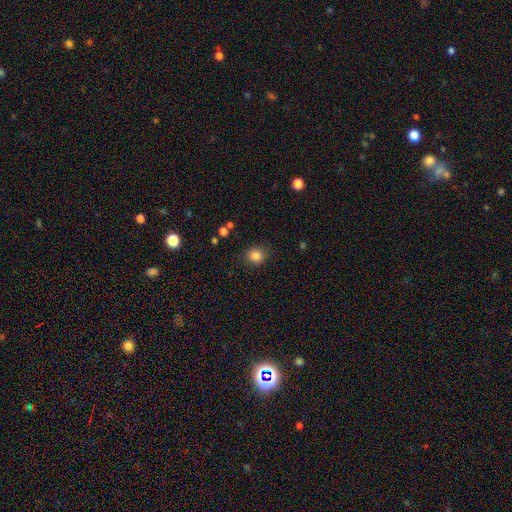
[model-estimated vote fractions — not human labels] Q: Smooth or featured?
A: smooth (84%); runner-up: star or artifact (11%)
Q: How rounded?
A: round (76%); runner-up: in between (23%)
Q: Merging?
A: none (85%); runner-up: minor disturbance (10%)